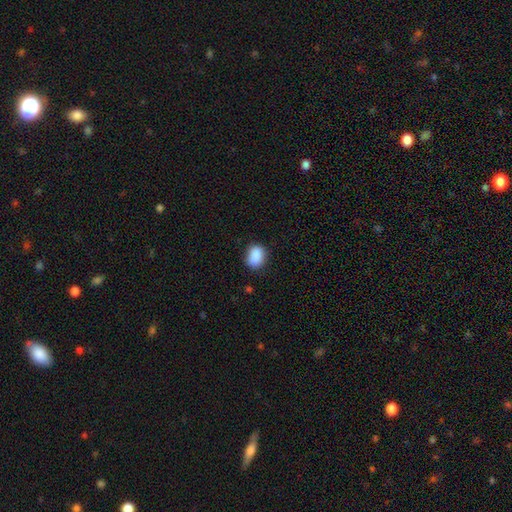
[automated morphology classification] type=smooth (89%); roundness=in between (69%); merging=none (82%).